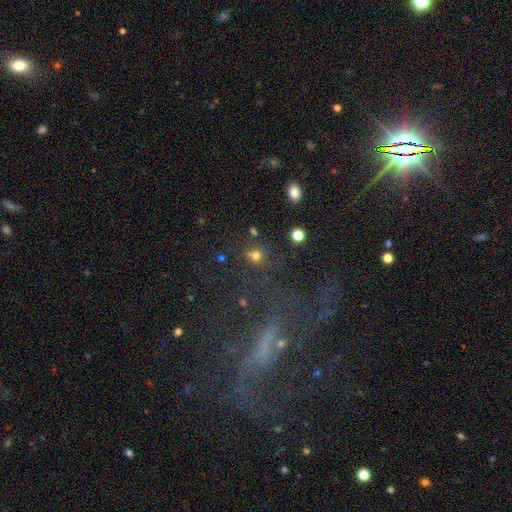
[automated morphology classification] Overall: smooth (70%). How rounded: round (85%). Merging: none (71%).